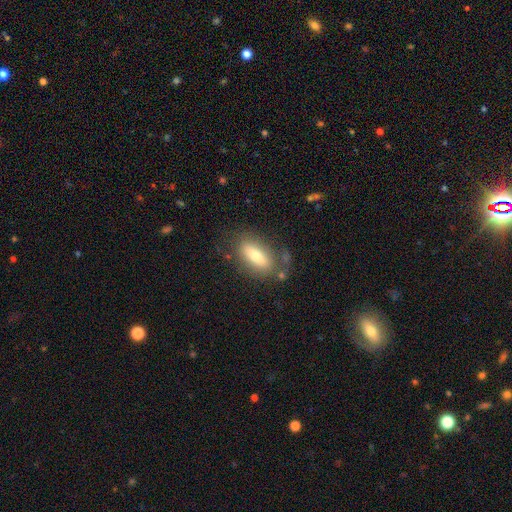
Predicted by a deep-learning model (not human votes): smooth 66%, featured or disk 26%, star or artifact 8%. Down the decision tree: how rounded — in between (79%); merging — none (72%).